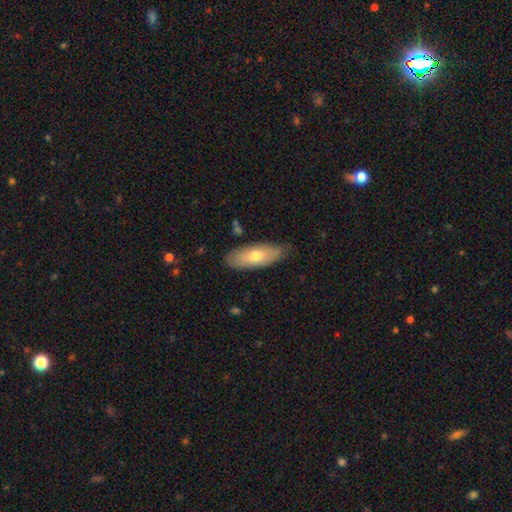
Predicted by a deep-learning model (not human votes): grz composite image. It shows a smooth galaxy with no disk features (66%) that is in between round and cigar-shaped (74%). Merging: none (78%).